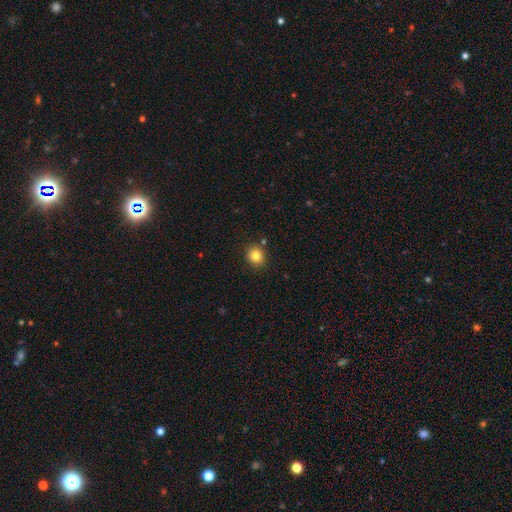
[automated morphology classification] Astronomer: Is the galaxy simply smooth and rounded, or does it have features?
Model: smooth — 83%.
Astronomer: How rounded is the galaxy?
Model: round — 85%.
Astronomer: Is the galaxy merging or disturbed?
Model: none — 86%.